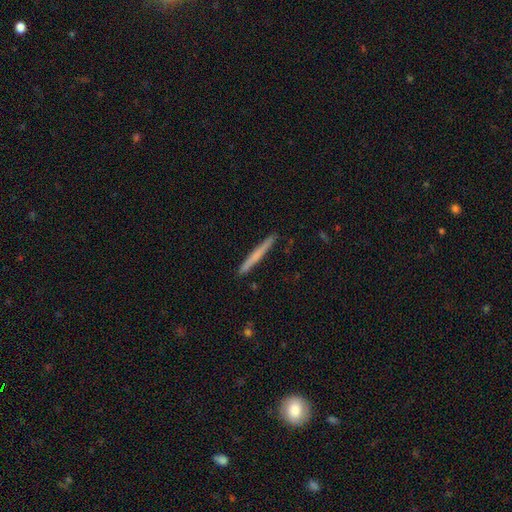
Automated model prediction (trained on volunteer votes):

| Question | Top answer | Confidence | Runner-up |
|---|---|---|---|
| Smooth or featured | smooth | 55% | featured or disk (39%) |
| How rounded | cigar-shaped | 97% | in between (2%) |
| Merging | none | 91% | minor disturbance (6%) |